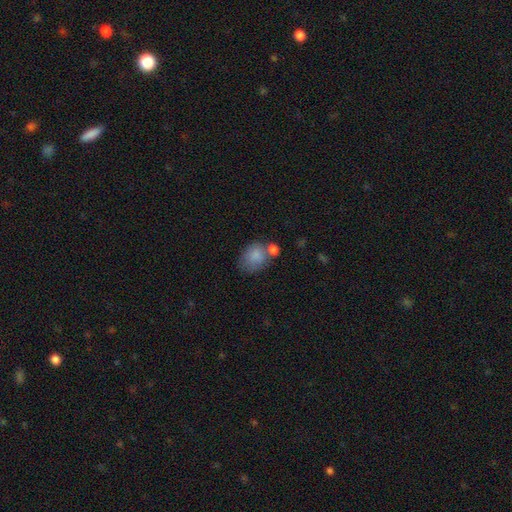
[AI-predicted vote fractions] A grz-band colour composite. It shows a smooth galaxy with no disk features (82%) that is in between round and cigar-shaped (61%). Merging: none (44%).